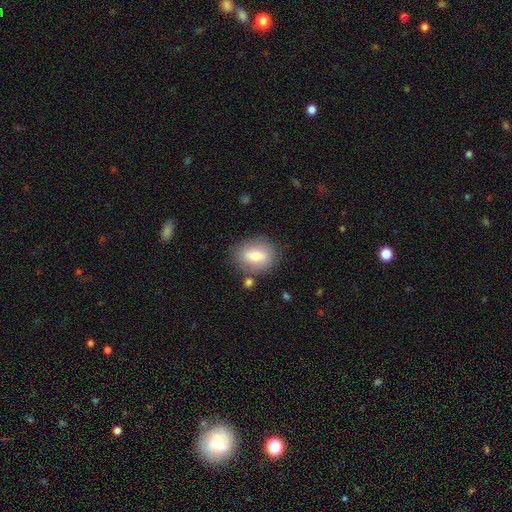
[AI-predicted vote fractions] Smooth or featured? smooth (70%)
How rounded? in between (60%)
Merging? none (80%)